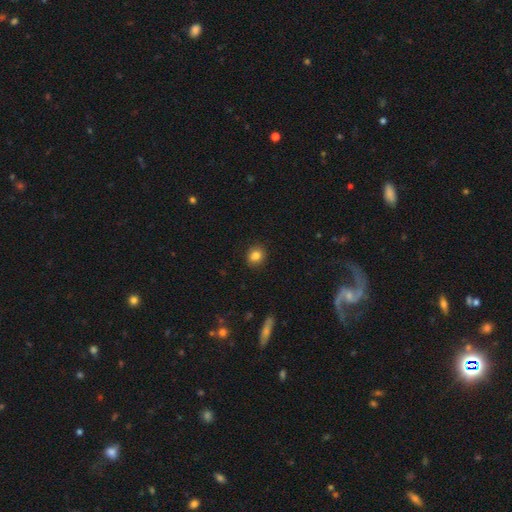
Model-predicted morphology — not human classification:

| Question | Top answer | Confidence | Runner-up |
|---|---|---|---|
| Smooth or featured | smooth | 84% | star or artifact (10%) |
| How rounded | round | 75% | in between (24%) |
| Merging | none | 90% | minor disturbance (7%) |